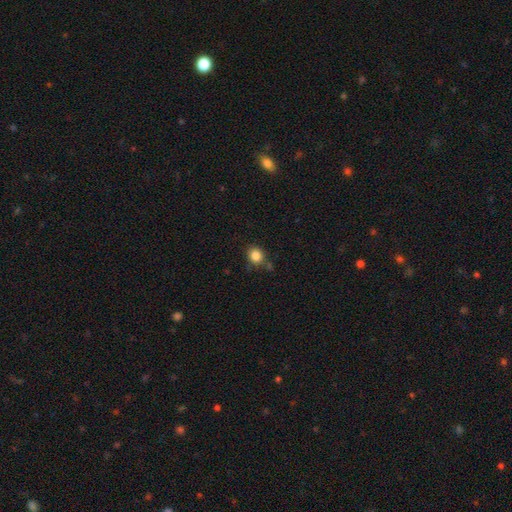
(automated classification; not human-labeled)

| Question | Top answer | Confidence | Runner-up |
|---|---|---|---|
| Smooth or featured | smooth | 84% | star or artifact (11%) |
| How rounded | round | 75% | in between (24%) |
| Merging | none | 77% | minor disturbance (13%) |